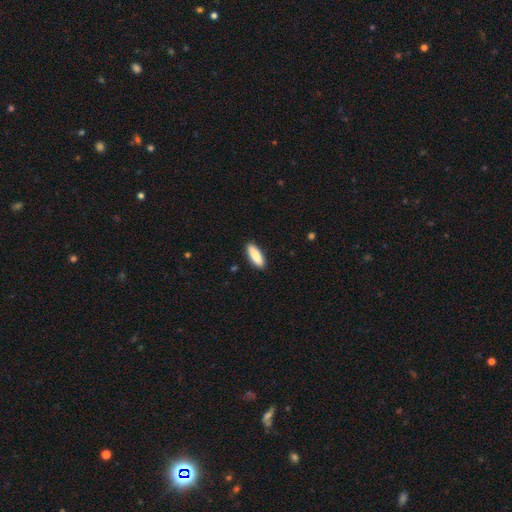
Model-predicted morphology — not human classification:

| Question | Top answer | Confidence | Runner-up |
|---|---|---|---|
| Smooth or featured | smooth | 87% | featured or disk (8%) |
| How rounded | in between | 61% | cigar-shaped (37%) |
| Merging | none | 90% | minor disturbance (7%) |